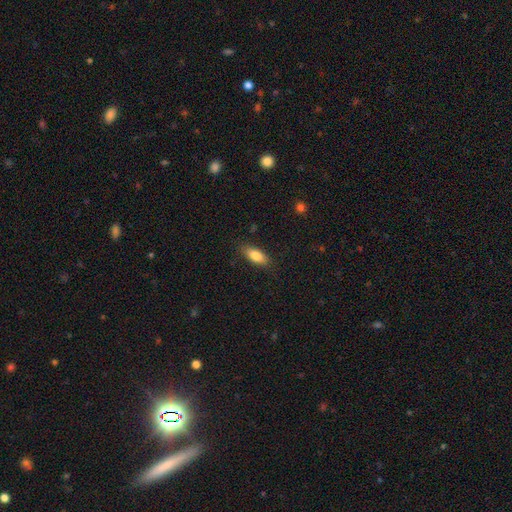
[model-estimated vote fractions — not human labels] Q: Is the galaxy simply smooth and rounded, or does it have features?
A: smooth — 81%.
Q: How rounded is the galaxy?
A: in between — 81%.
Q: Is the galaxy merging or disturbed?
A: none — 83%.